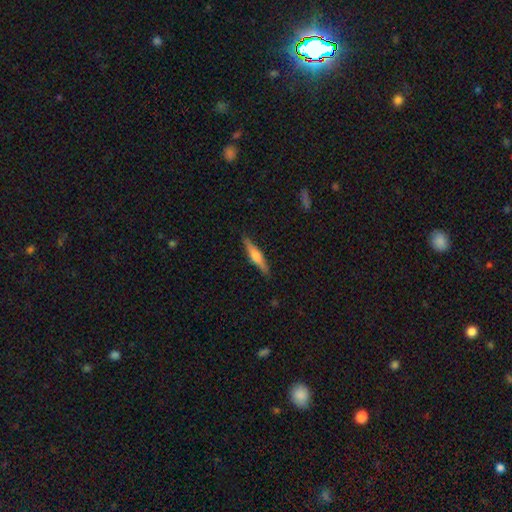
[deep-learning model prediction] smooth_or_featured: featured or disk (p=0.50) [alt: smooth p=0.44]
disk_edge_on: yes (p=0.95) [alt: no p=0.05]
merging: none (p=0.88) [alt: minor disturbance p=0.09]